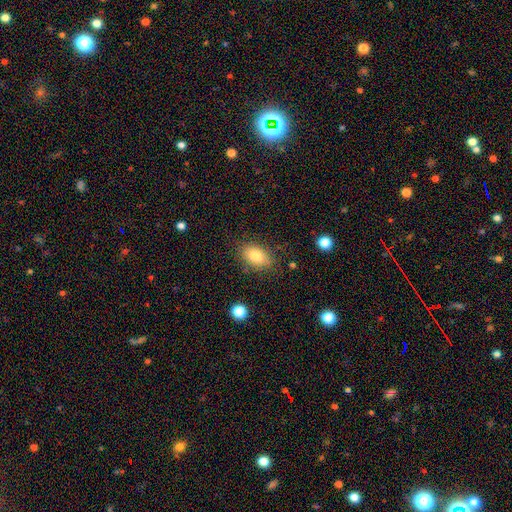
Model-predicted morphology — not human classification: Smooth or featured: smooth — 81% (featured or disk — 10%)
How rounded: in between — 83% (round — 16%)
Merging: none — 81% (minor disturbance — 13%)